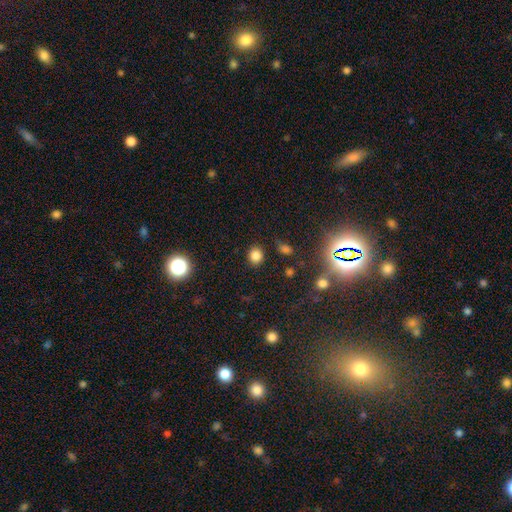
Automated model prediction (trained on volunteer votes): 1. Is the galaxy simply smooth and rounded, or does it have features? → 82% smooth, 14% star or artifact, 5% featured or disk.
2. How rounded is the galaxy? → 74% round, 24% in between, 1% cigar-shaped.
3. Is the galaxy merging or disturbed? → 85% none, 9% minor disturbance, 3% major disturbance, 3% merger.